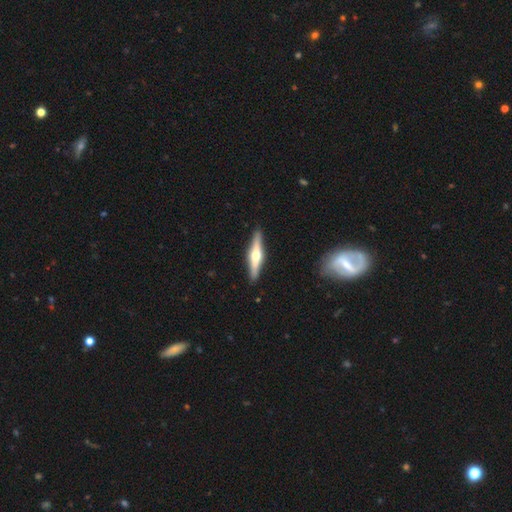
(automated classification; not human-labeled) A featured or disk galaxy (68%) viewed edge-on (97%) with a rounded central bulge (94%). Merging: none (91%).